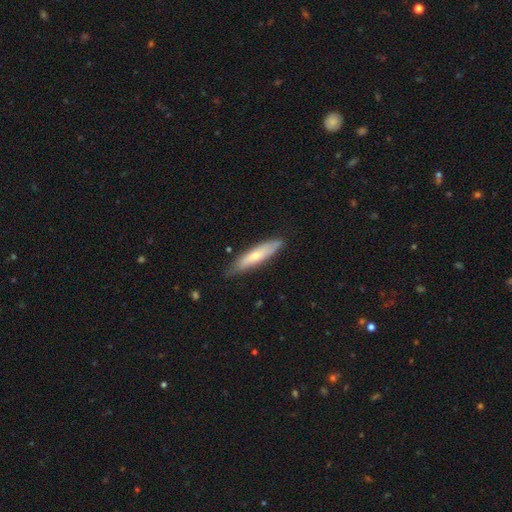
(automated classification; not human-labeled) The model was most divided on "smooth or featured": smooth: 60%, featured or disk: 34%, star or artifact: 6%. More confident: merging — none (79%); how rounded — cigar-shaped (79%).